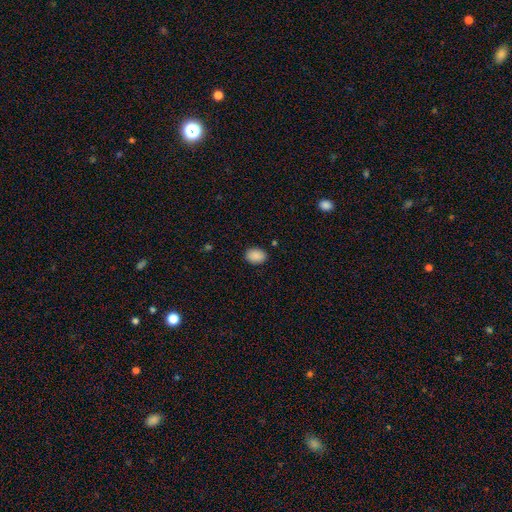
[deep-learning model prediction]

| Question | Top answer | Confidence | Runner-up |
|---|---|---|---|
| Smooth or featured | smooth | 89% | star or artifact (8%) |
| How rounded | in between | 74% | round (25%) |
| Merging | none | 88% | minor disturbance (9%) |